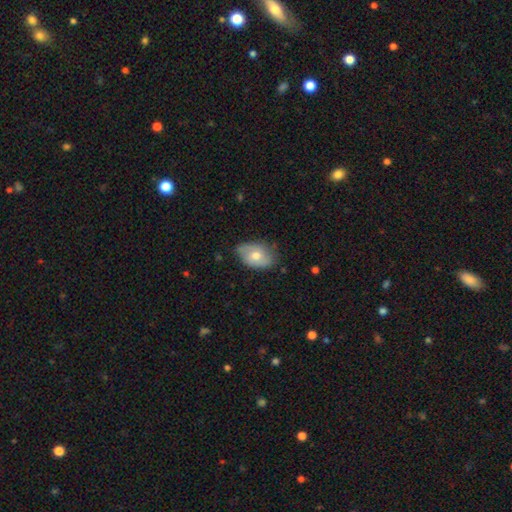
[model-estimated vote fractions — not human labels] Smooth or featured: smooth — 66% (featured or disk — 27%)
How rounded: in between — 85% (round — 14%)
Merging: none — 64% (minor disturbance — 29%)